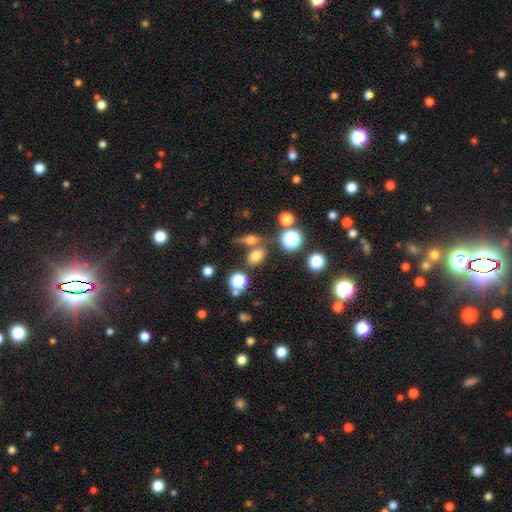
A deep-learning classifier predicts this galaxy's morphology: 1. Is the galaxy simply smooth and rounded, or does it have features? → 72% smooth, 17% star or artifact, 12% featured or disk.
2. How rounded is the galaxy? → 71% in between, 26% round, 3% cigar-shaped.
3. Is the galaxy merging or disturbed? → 59% none, 24% merger, 11% minor disturbance, 5% major disturbance.